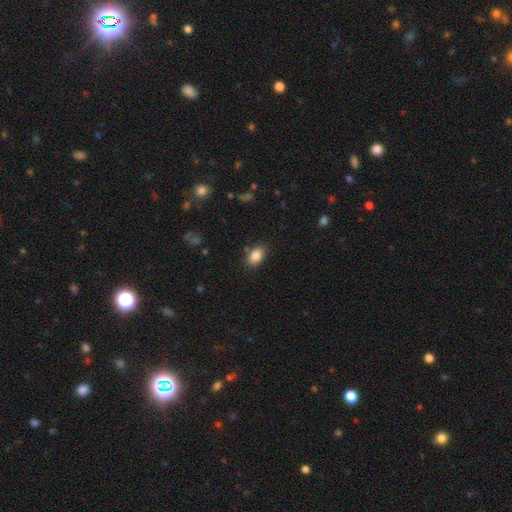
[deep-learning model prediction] smooth 86%, star or artifact 8%, featured or disk 6%. Down the decision tree: how rounded — in between (86%); merging — none (81%).